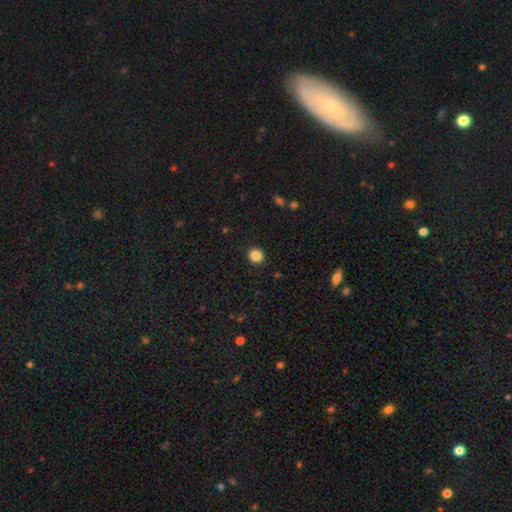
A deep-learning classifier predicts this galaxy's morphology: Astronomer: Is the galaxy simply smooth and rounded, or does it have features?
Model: smooth — 86%.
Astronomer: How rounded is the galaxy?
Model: round — 92%.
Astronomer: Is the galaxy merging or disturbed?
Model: none — 93%.